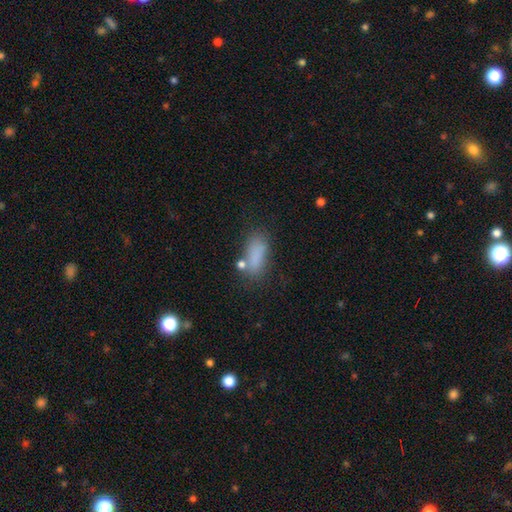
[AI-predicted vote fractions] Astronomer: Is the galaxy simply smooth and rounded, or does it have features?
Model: smooth — 79%.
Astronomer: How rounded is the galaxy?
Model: in between — 80%.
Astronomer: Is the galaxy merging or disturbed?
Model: none — 60%.